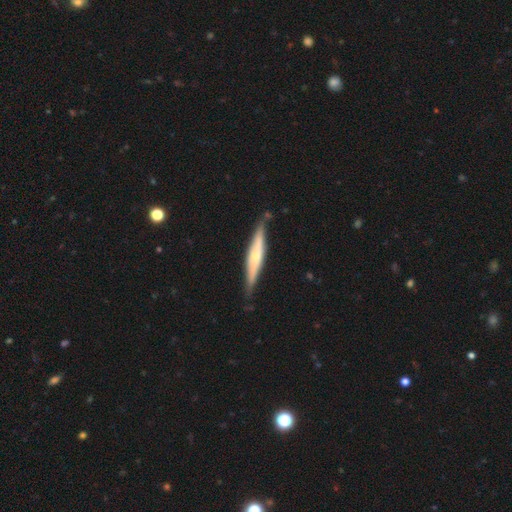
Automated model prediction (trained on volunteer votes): This appears to be a featured or disk galaxy (59%) viewed edge-on (93%) with a rounded central bulge (65%). Merging: none (80%).